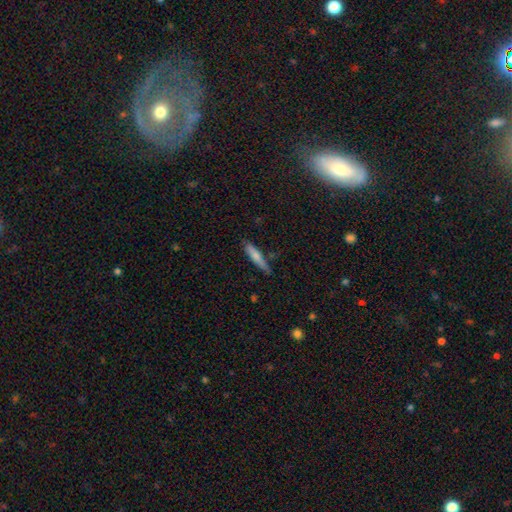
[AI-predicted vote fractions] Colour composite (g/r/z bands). It shows a smooth galaxy with no disk features (72%) that is cigar-shaped (87%). Merging: none (75%).